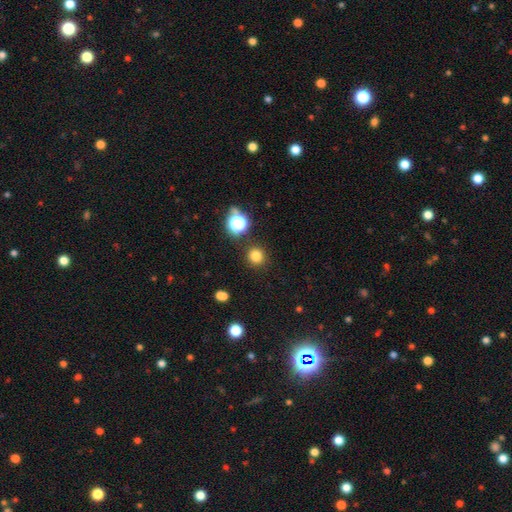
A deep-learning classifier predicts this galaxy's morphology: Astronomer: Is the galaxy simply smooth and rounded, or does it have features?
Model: smooth — 79%.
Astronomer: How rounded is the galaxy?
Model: round — 93%.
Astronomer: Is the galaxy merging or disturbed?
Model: none — 88%.